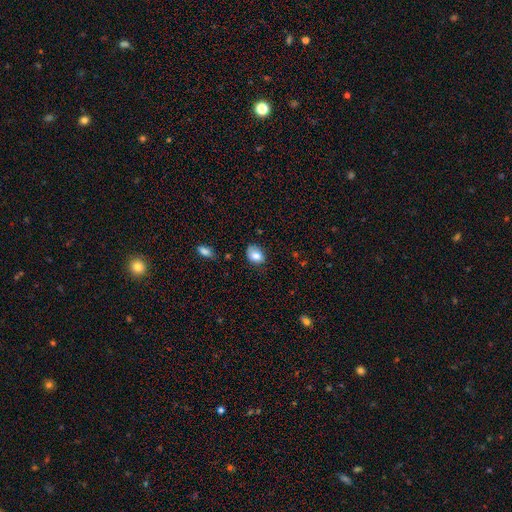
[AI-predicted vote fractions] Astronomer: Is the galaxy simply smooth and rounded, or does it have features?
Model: smooth — 82%.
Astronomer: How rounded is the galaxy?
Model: in between — 67%.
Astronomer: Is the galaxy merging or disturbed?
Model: none — 67%.